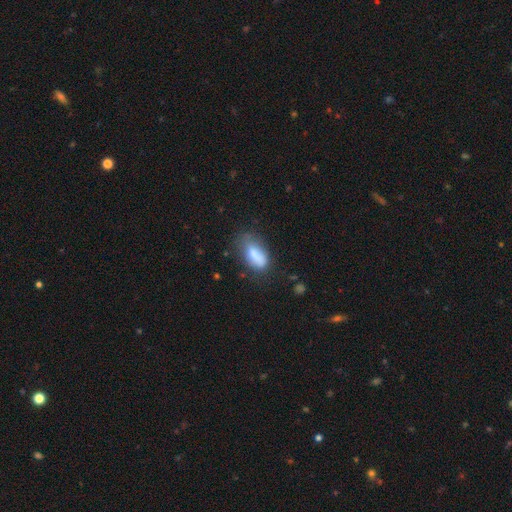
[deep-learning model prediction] smooth 80%, featured or disk 12%, star or artifact 8%. Down the decision tree: how rounded — in between (87%); merging — none (49%).